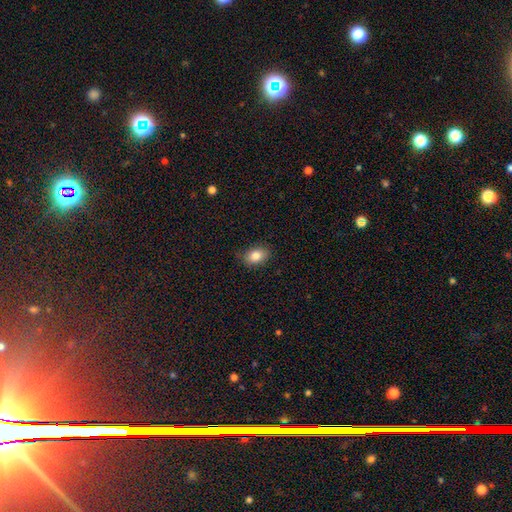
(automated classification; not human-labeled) This is clearly a smooth galaxy (84%). How rounded: likely in between (80%). Merging: clearly none (83%).